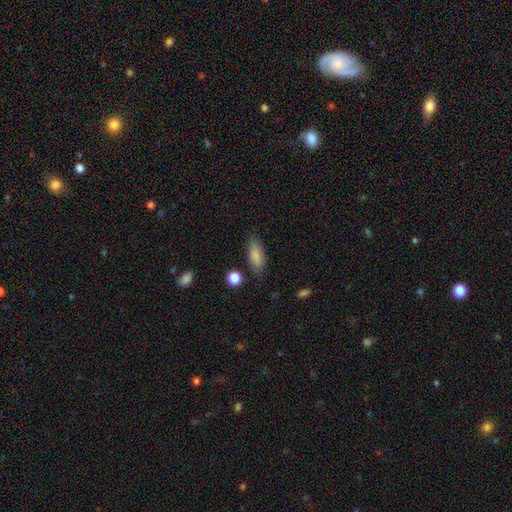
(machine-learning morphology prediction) Smooth or featured? Predicted: smooth (p=0.84). How rounded? Predicted: in between (p=0.74). Merging? Predicted: none (p=0.77).